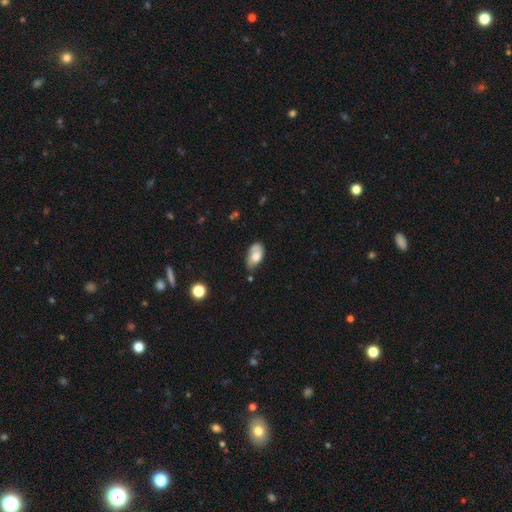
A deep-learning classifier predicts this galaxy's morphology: type=smooth (65%); roundness=in between (92%); merging=none (49%).